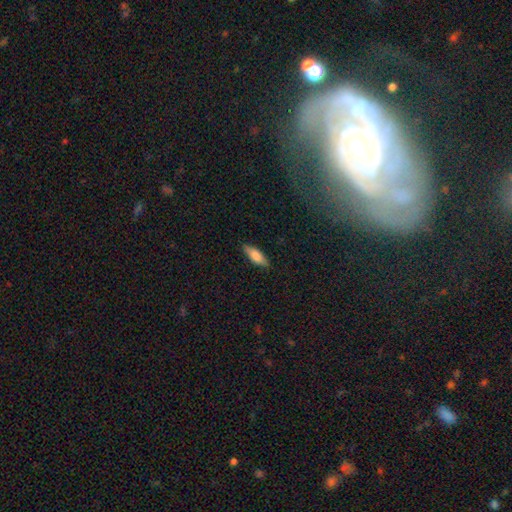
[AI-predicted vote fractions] Q: Smooth or featured?
A: smooth (78%); runner-up: featured or disk (16%)
Q: How rounded?
A: in between (56%); runner-up: cigar-shaped (42%)
Q: Merging?
A: none (86%); runner-up: minor disturbance (10%)